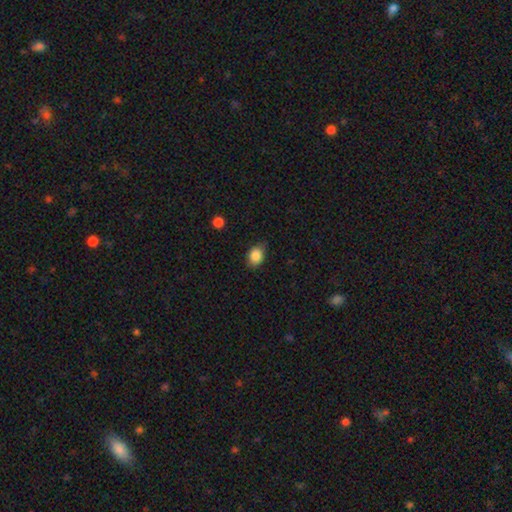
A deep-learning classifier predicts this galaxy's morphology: smooth-or-featured: smooth: 86% | star or artifact: 9% | featured or disk: 5%
  how-rounded: in between: 60% | round: 39% | cigar-shaped: 1%
  merging: none: 73% | minor disturbance: 22% | major disturbance: 4% | merger: 1%